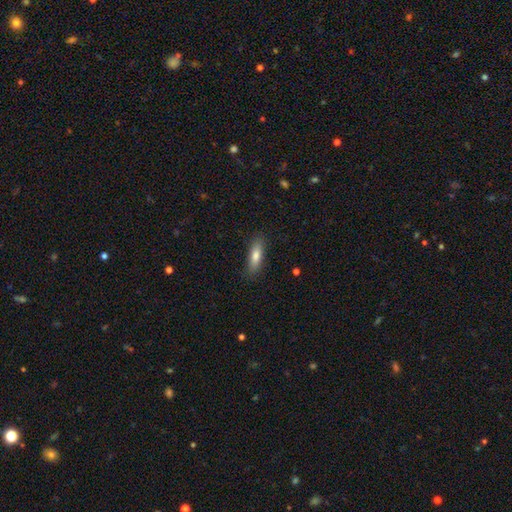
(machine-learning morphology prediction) smooth 76%, featured or disk 18%, star or artifact 7%. Down the decision tree: how rounded — cigar-shaped (57%); merging — none (88%).